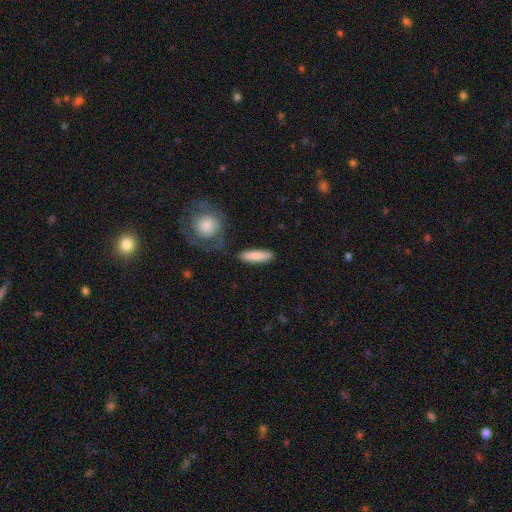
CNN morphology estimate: smooth 84%, featured or disk 11%, star or artifact 5%. Down the decision tree: how rounded — cigar-shaped (66%); merging — none (83%).